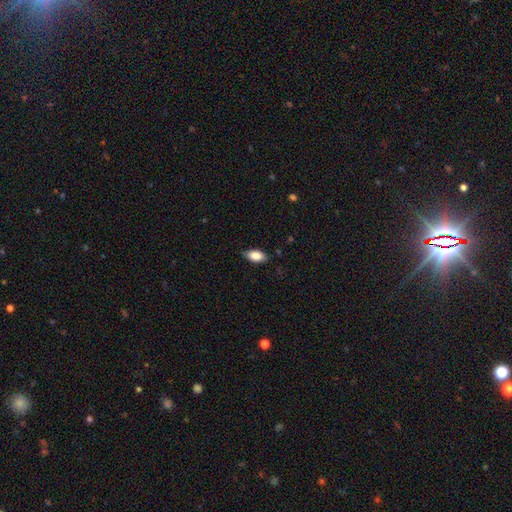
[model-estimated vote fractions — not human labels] Morphology: type=smooth (84%); roundness=in between (90%); merging=none (81%).